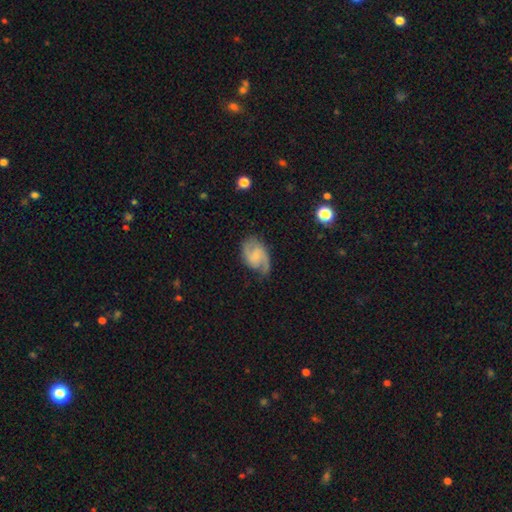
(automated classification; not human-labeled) featured or disk 76%, smooth 18%, star or artifact 6%. Down the decision tree: edge-on disk — no (98%); bar — no (47%); spiral arms — yes (95%); spiral arm count — 2 (85%); spiral winding — medium (50%); bulge size — none (45%); merging — none (68%).